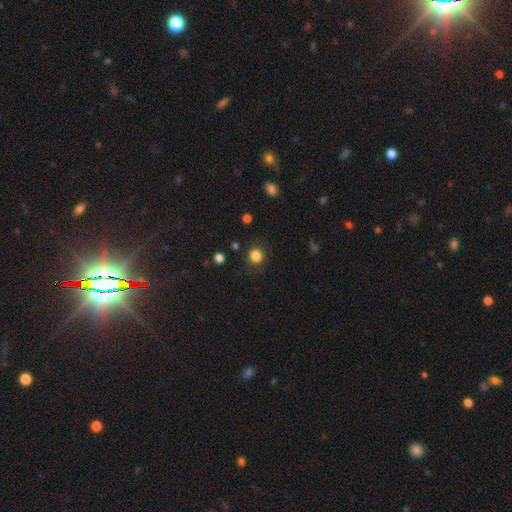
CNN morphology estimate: A smooth galaxy with no disk features (84%) that is round (90%). Merging: none (85%).